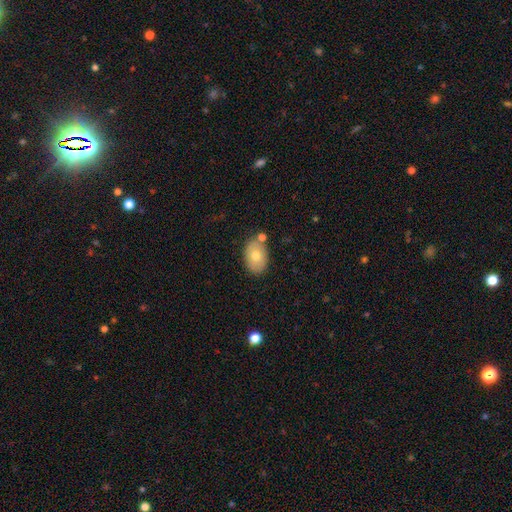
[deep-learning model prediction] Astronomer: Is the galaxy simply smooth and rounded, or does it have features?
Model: smooth — 70%.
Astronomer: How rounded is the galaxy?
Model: in between — 88%.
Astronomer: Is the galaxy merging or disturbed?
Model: none — 76%.